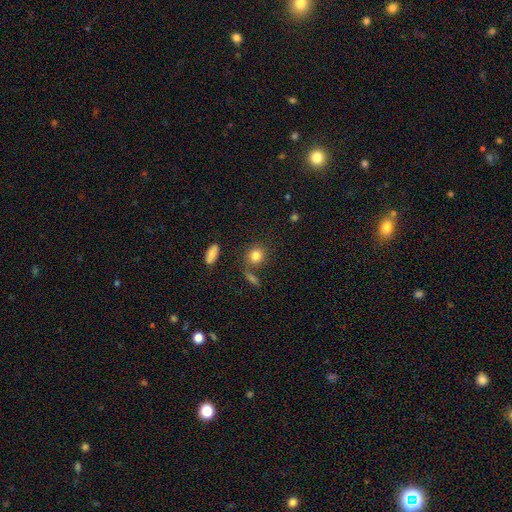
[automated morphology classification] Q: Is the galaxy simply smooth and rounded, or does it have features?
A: smooth — 83%.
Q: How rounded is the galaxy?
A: round — 77%.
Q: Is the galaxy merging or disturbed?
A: none — 72%.